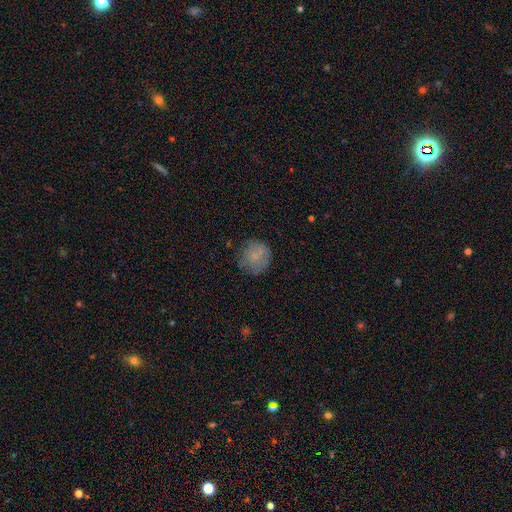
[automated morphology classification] Smooth or featured? smooth (71%)
How rounded? round (89%)
Merging? none (72%)